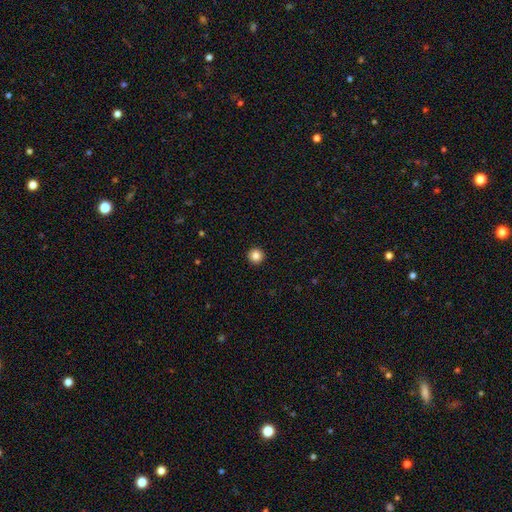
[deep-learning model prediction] Morphology: type=smooth (85%); roundness=round (96%); merging=none (94%).